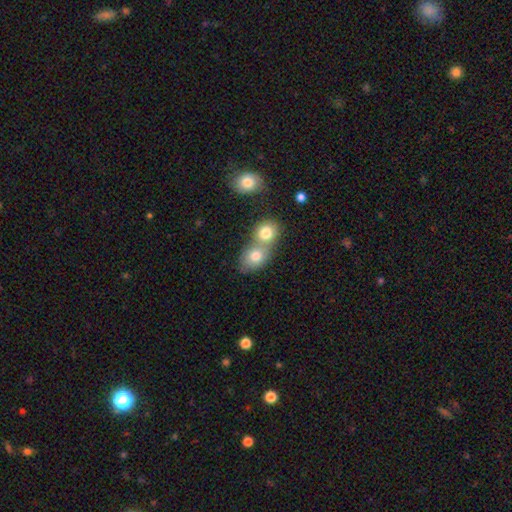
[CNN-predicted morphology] Smooth or featured?
  - smooth: 77% *
  - featured or disk: 13%
  - star or artifact: 10%
How rounded?
  - round: 55% *
  - in between: 44%
  - cigar-shaped: 1%
Merging?
  - merger: 62% *
  - none: 29%
  - minor disturbance: 6%
  - major disturbance: 2%